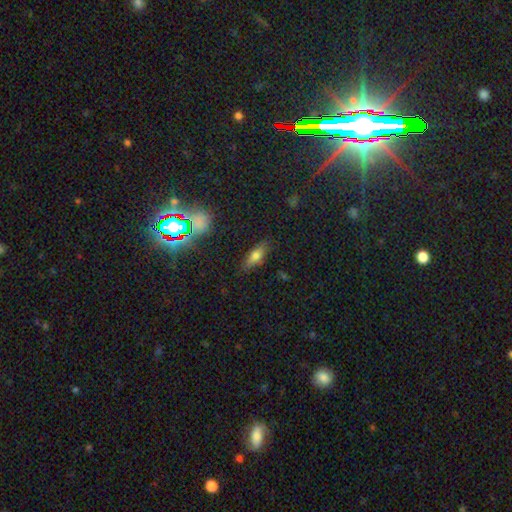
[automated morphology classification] smooth_or_featured: smooth (p=0.63) [alt: featured or disk p=0.24]
how_rounded: in between (p=0.62) [alt: cigar-shaped p=0.34]
merging: none (p=0.82) [alt: minor disturbance p=0.13]